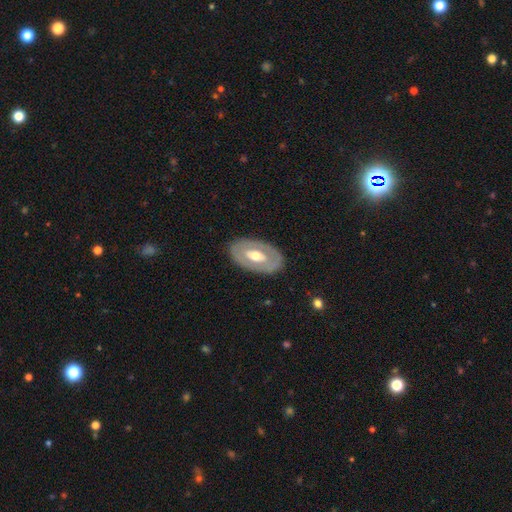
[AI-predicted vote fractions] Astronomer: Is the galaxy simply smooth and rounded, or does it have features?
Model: featured or disk — 61%.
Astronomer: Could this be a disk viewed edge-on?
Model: no — 89%.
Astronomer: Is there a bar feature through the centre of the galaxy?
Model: no — 56%.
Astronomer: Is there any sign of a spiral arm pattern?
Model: no — 82%.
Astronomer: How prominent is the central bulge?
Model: moderate — 72%.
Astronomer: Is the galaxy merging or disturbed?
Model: none — 85%.